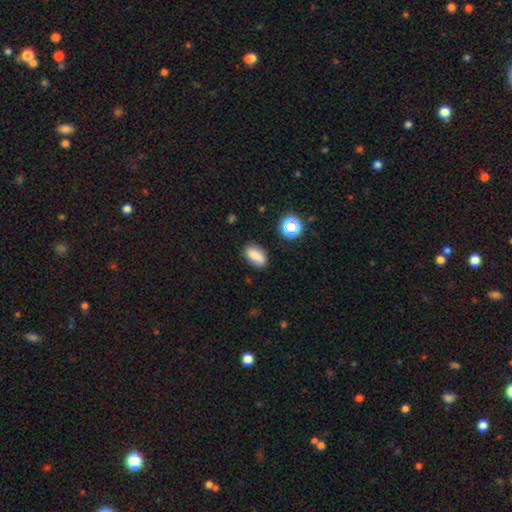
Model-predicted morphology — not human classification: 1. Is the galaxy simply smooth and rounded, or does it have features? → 79% smooth, 12% star or artifact, 9% featured or disk.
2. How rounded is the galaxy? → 89% in between, 7% round, 3% cigar-shaped.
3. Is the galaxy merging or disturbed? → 79% none, 15% minor disturbance, 3% major disturbance, 2% merger.